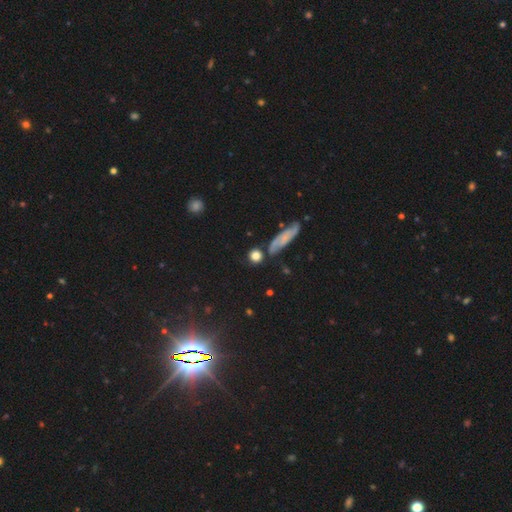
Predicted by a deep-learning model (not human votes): This appears to be a smooth galaxy with no disk features (78%) that is round (88%). Merging: none (72%).